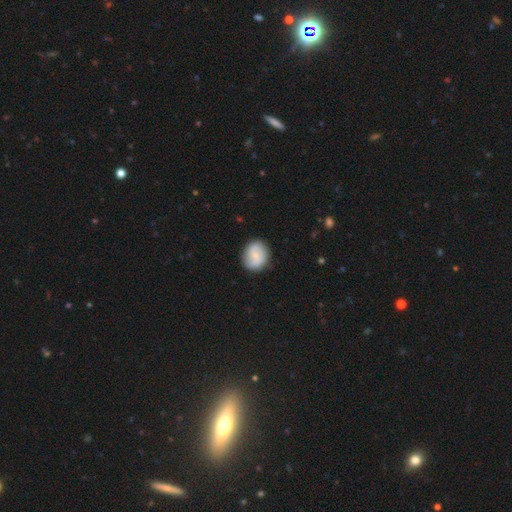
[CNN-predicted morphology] smooth 55%, featured or disk 38%, star or artifact 7%. Down the decision tree: how rounded — round (69%); merging — none (84%).